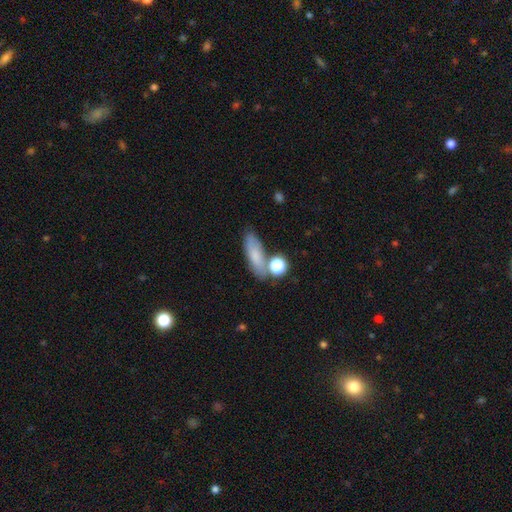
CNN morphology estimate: This appears to be a smooth galaxy with no disk features (75%) that is in between round and cigar-shaped (54%). Merging: none (59%).